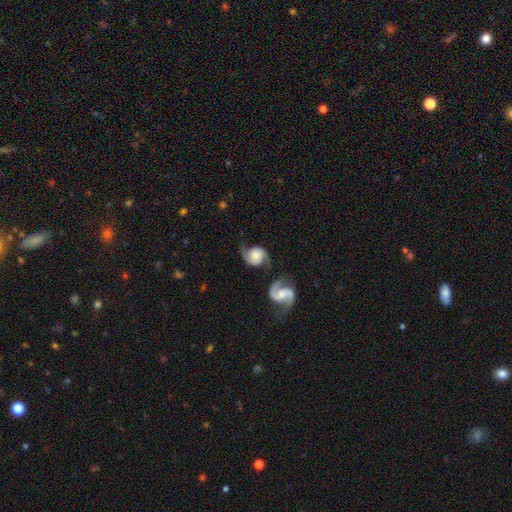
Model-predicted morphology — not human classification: smooth-or-featured: featured or disk: 78% | smooth: 16% | star or artifact: 6%
  disk-edge-on: no: 97% | yes: 3%
    bar: no: 66% | weak: 28% | strong: 6%
    has-spiral-arms: yes: 95% | no: 5%
      spiral-winding: medium: 48% | loose: 33% | tight: 19%
      spiral-arm-count: 2: 89% | 1: 4% | can't tell: 4% | 3: 1% | 4: 1% | more than 4: 1%
    bulge-size: moderate: 37% | small: 30% | large: 18% | none: 11% | dominant: 4%
  merging: none: 54% | minor disturbance: 22% | merger: 12% | major disturbance: 12%